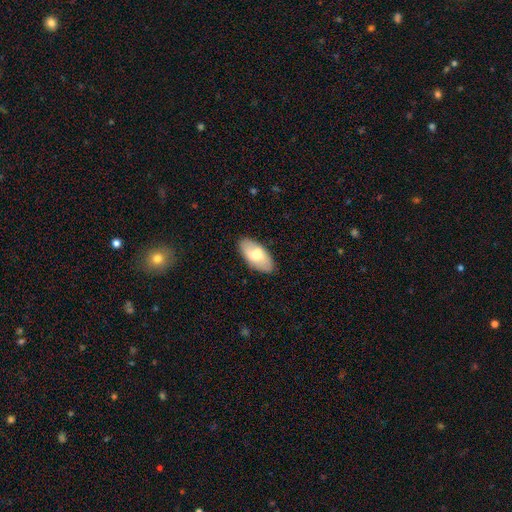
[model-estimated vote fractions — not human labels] This is likely a smooth galaxy (63%). How rounded: clearly in between (93%). Merging: clearly none (82%).